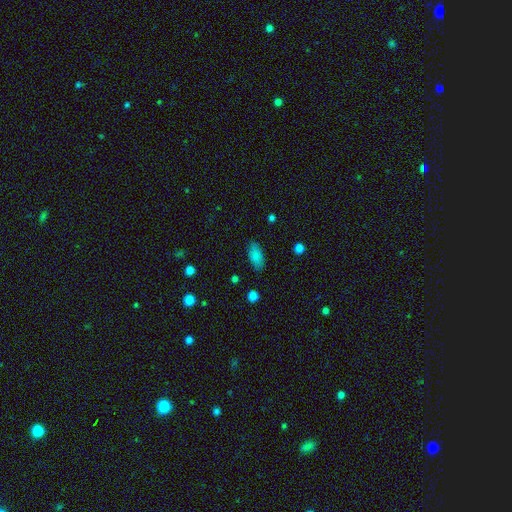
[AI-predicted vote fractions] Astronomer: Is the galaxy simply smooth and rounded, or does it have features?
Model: smooth — 84%.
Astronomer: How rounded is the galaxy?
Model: in between — 87%.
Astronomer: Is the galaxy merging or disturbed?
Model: none — 84%.